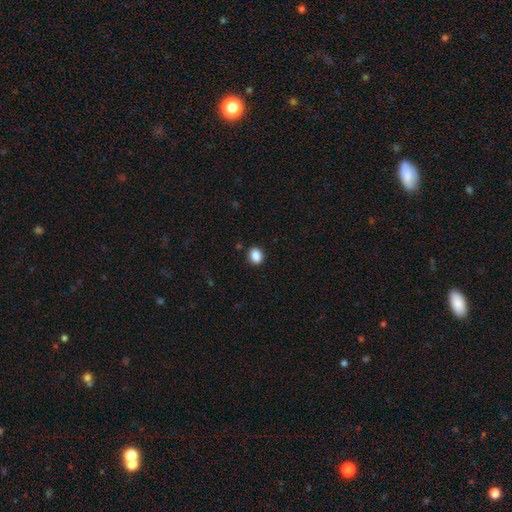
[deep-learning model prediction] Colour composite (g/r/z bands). It shows a smooth galaxy with no disk features (87%) that is round (51%). Merging: none (90%).